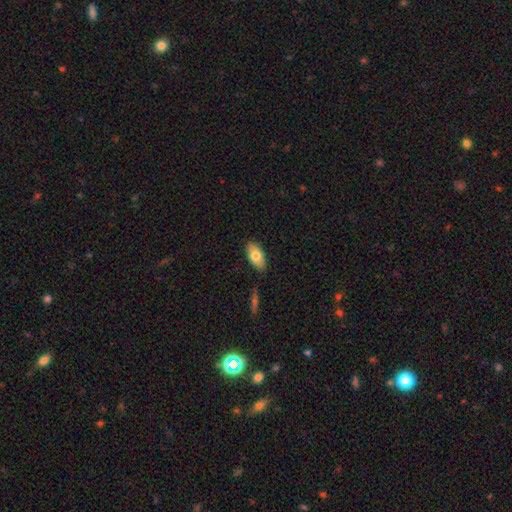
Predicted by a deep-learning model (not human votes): Smooth or featured? Predicted: smooth (p=0.77). How rounded? Predicted: in between (p=0.92). Merging? Predicted: none (p=0.85).